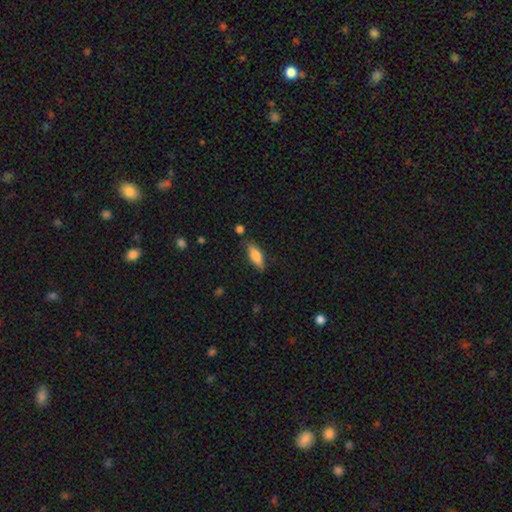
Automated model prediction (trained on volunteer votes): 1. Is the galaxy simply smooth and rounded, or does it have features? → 75% smooth, 19% featured or disk, 7% star or artifact.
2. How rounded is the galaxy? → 63% in between, 35% cigar-shaped, 2% round.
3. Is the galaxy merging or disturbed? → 78% none, 15% minor disturbance, 3% major disturbance, 3% merger.